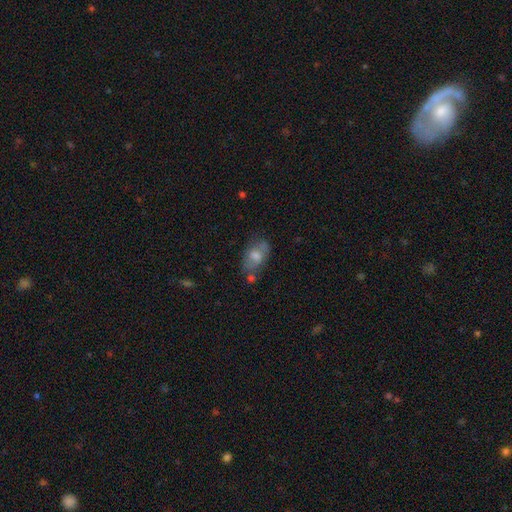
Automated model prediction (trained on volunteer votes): smooth_or_featured: smooth (p=0.56) [alt: featured or disk p=0.34]
how_rounded: in between (p=0.87) [alt: round p=0.10]
merging: none (p=0.59) [alt: minor disturbance p=0.22]